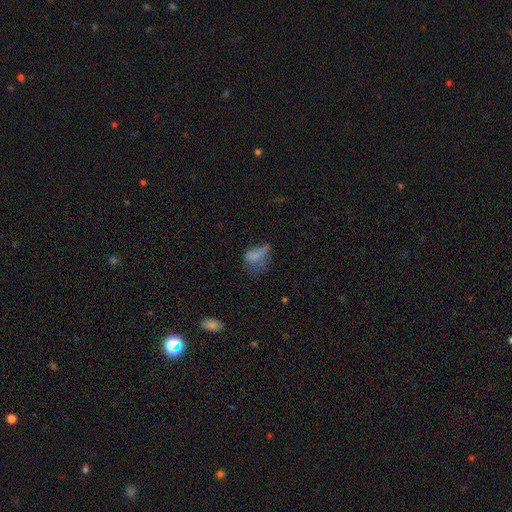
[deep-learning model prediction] Overall: smooth (67%). How rounded: in between (81%). Merging: major disturbance (45%; minor disturbance 28%).